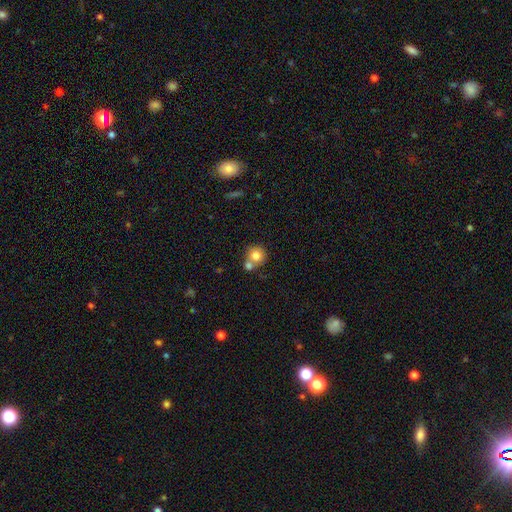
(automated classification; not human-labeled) Q: Smooth or featured?
A: smooth (78%); runner-up: featured or disk (13%)
Q: How rounded?
A: round (88%); runner-up: in between (11%)
Q: Merging?
A: none (47%); runner-up: merger (42%)